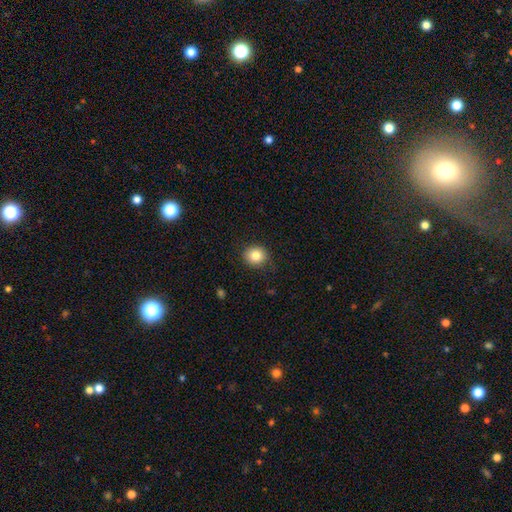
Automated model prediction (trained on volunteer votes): smooth-or-featured: smooth: 83% | star or artifact: 10% | featured or disk: 7%
  how-rounded: round: 84% | in between: 15% | cigar-shaped: 1%
  merging: none: 87% | minor disturbance: 9% | major disturbance: 2% | merger: 1%